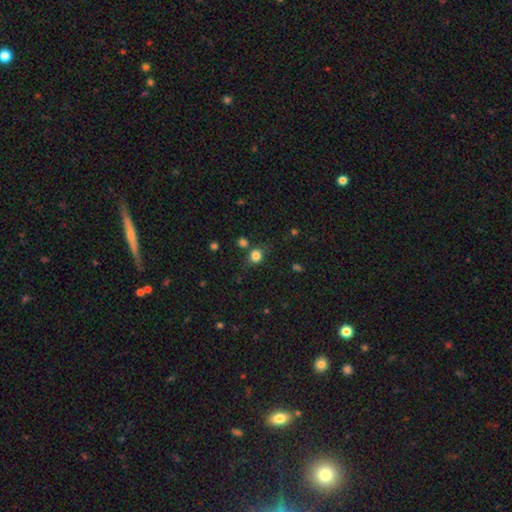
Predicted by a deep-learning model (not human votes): Overall: smooth (81%). How rounded: round (72%). Merging: none (71%).